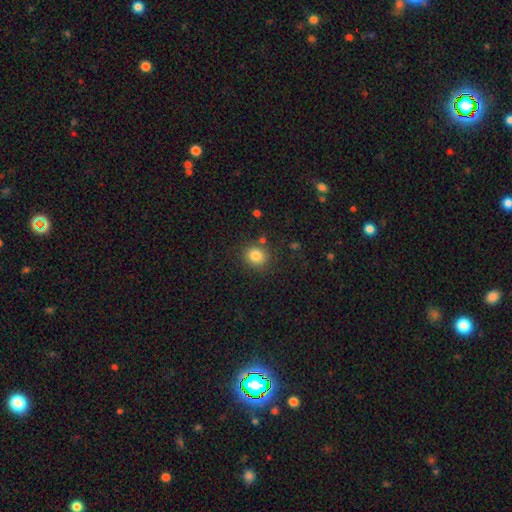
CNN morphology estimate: A smooth galaxy with no disk features (83%) that is round (79%).

Vote fractions:
- Smooth or featured? smooth: 83% / star or artifact: 11% / featured or disk: 6%
- How rounded? round: 79% / in between: 21% / cigar-shaped: 1%
- Merging? none: 84% / minor disturbance: 9% / merger: 4% / major disturbance: 3%